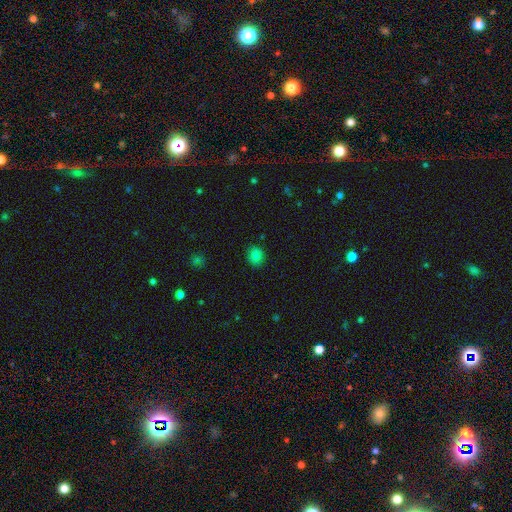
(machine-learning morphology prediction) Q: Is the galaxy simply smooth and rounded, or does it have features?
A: smooth — 81%.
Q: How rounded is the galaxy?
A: round — 67%.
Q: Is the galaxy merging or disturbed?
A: none — 87%.